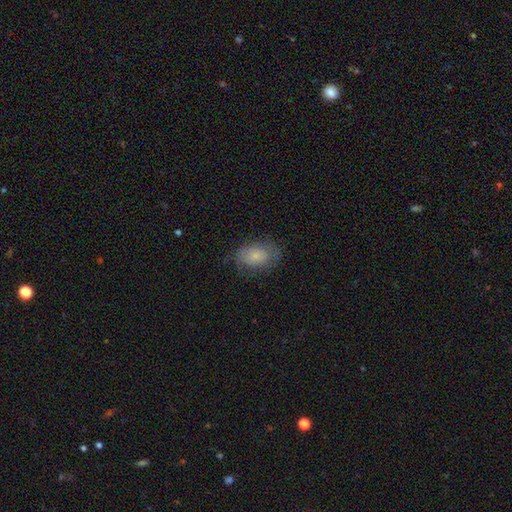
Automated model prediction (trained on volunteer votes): Smooth or featured? smooth (69%)
How rounded? in between (79%)
Merging? none (68%)